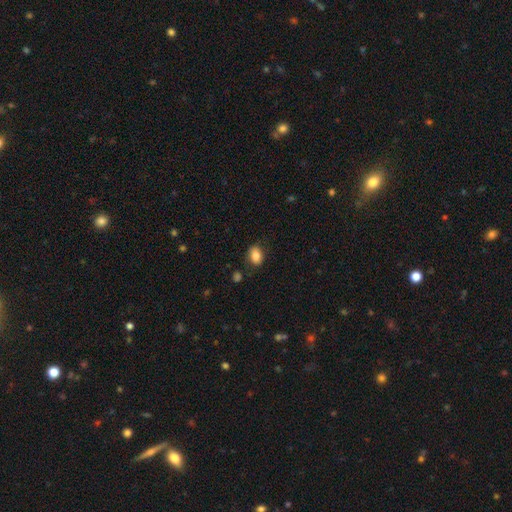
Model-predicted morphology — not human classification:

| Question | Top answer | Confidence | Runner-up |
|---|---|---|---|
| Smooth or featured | smooth | 84% | star or artifact (9%) |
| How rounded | in between | 75% | round (24%) |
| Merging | none | 78% | minor disturbance (16%) |